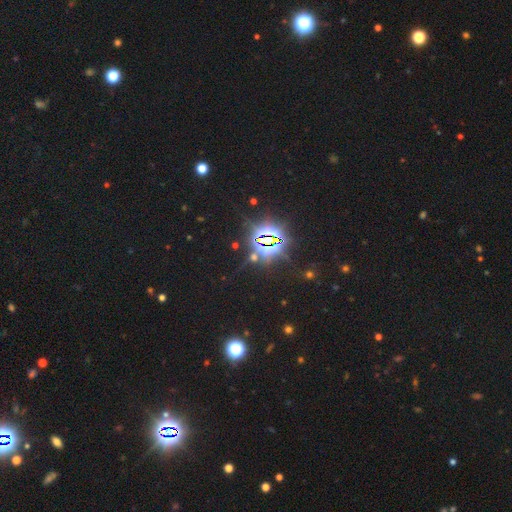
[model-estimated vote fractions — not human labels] Smooth or featured? Predicted: star or artifact (p=0.84).